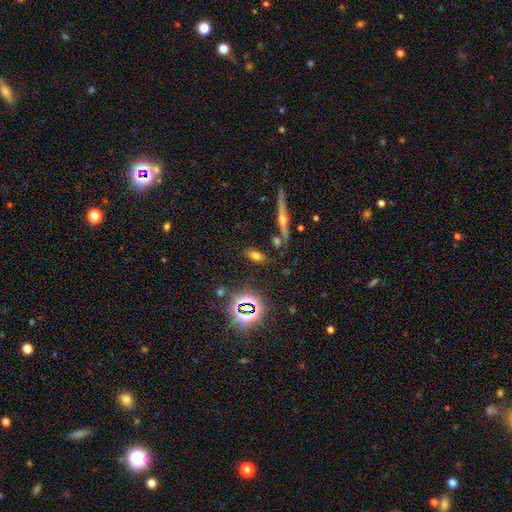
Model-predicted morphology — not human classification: Smooth or featured: smooth — 59% (star or artifact — 23%)
How rounded: in between — 78% (cigar-shaped — 12%)
Merging: none — 81% (minor disturbance — 10%)